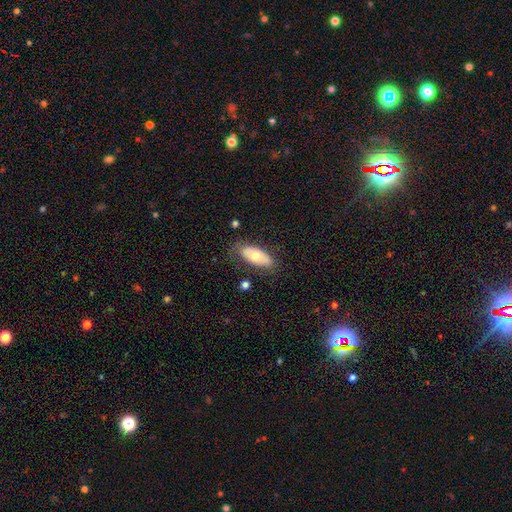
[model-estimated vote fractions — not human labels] Morphology: type=smooth (62%); roundness=in between (87%); merging=none (72%).